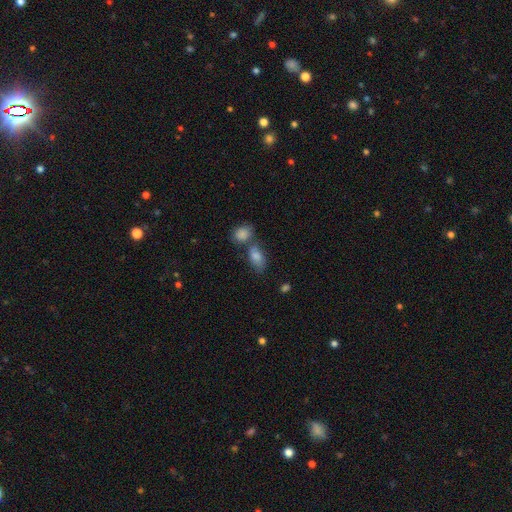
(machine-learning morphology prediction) smooth-or-featured: smooth: 74% | star or artifact: 13% | featured or disk: 13%
  how-rounded: in between: 85% | round: 11% | cigar-shaped: 4%
  merging: none: 49% | merger: 34% | minor disturbance: 13% | major disturbance: 5%